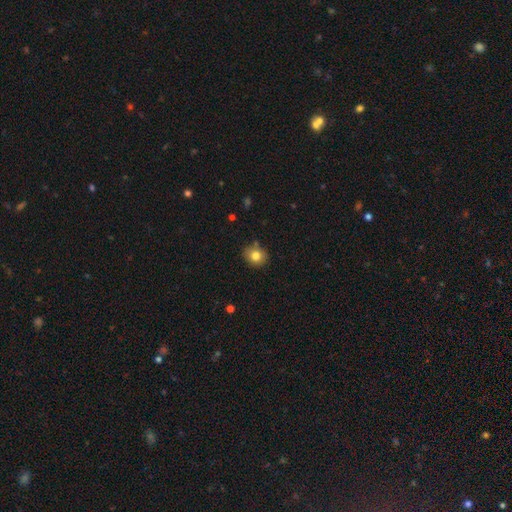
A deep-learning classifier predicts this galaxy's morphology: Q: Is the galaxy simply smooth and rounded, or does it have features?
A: smooth — 80%.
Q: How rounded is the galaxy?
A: round — 73%.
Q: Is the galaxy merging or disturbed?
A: none — 79%.